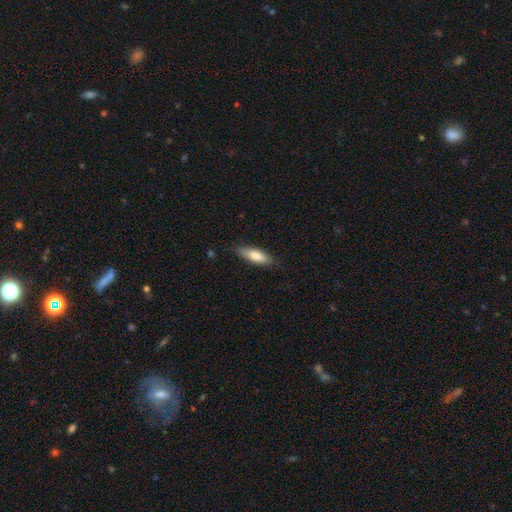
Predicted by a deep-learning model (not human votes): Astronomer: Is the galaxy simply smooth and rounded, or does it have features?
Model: smooth — 78%.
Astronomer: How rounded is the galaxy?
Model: in between — 52% (runner-up: cigar-shaped, 47%).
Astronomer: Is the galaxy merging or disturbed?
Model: none — 81%.